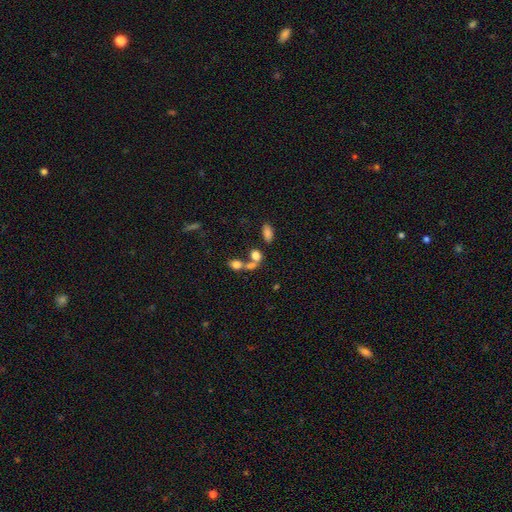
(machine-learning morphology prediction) This appears to be a smooth galaxy with no disk features (74%) that is in between round and cigar-shaped (65%). Merging: merger (49%).